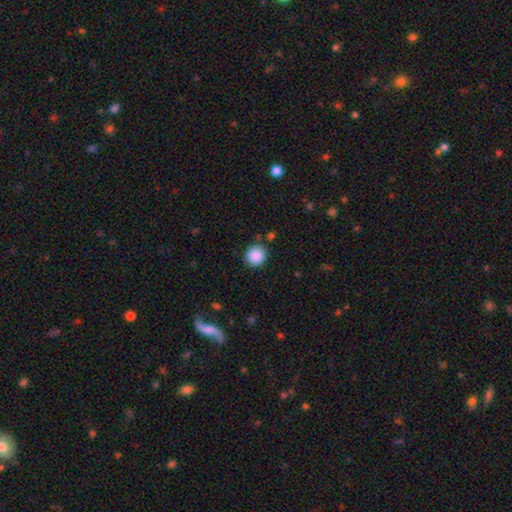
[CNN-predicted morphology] Smooth or featured: smooth — 88% (star or artifact — 8%)
How rounded: round — 90% (in between — 9%)
Merging: none — 86% (minor disturbance — 8%)